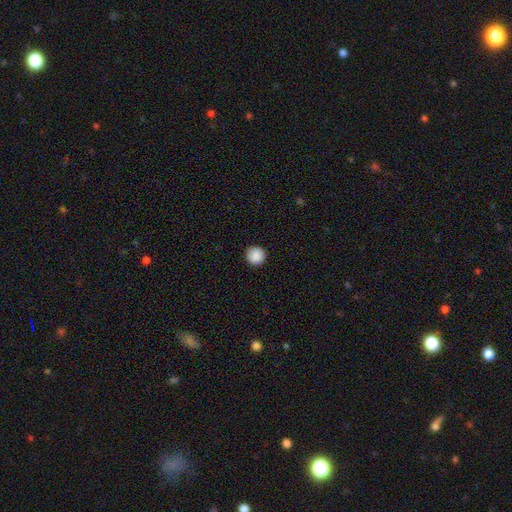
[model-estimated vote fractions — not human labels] smooth-or-featured: smooth: 89% | star or artifact: 8% | featured or disk: 2%
  how-rounded: round: 96% | in between: 3% | cigar-shaped: 1%
  merging: none: 93% | minor disturbance: 5% | major disturbance: 2% | merger: 1%